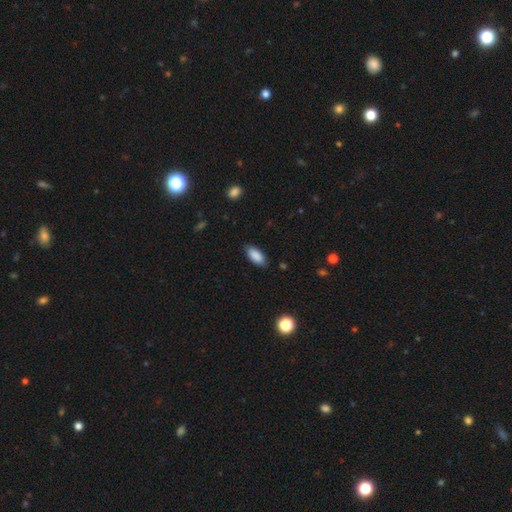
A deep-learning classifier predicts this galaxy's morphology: A smooth galaxy with no disk features (89%) that is in between round and cigar-shaped (90%).

Vote fractions:
- Smooth or featured? smooth: 89% / star or artifact: 7% / featured or disk: 4%
- How rounded? in between: 90% / cigar-shaped: 8% / round: 2%
- Merging? none: 85% / minor disturbance: 12% / major disturbance: 2% / merger: 1%